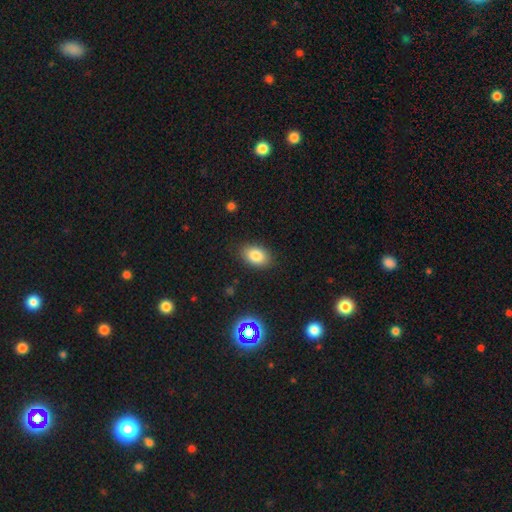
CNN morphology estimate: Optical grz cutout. It shows a smooth galaxy with no disk features (83%) that is in between round and cigar-shaped (86%). Merging: none (85%).